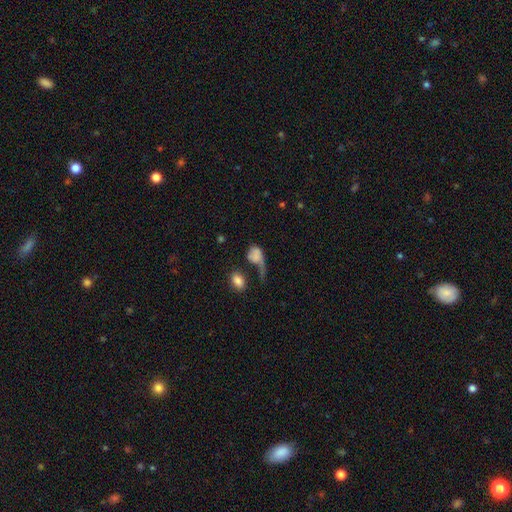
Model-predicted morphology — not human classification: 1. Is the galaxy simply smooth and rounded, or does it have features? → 66% smooth, 24% featured or disk, 10% star or artifact.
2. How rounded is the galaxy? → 72% in between, 25% round, 3% cigar-shaped.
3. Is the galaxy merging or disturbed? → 43% major disturbance, 22% merger, 19% none, 16% minor disturbance.